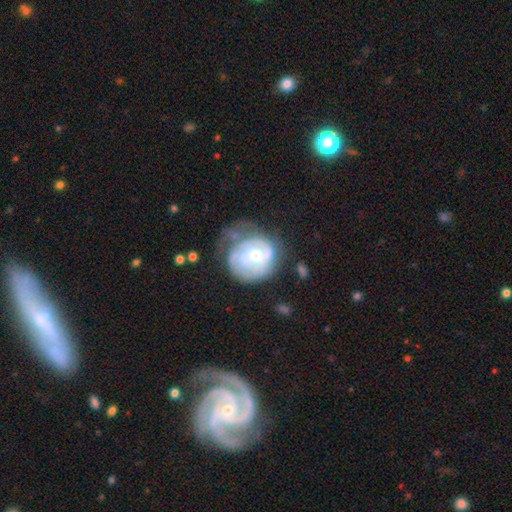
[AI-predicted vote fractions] A featured or disk galaxy (67%) with no bar (73%), spiral arms (72%) and a moderate central bulge (59%). Merging: none (38%).